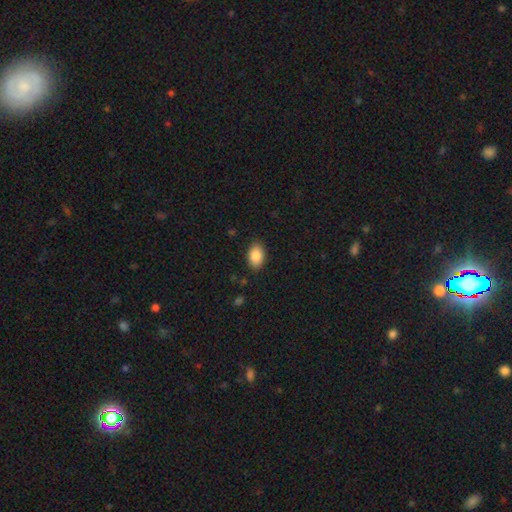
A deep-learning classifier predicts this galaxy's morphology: Smooth or featured? Predicted: smooth (p=0.88). How rounded? Predicted: in between (p=0.88). Merging? Predicted: none (p=0.86).